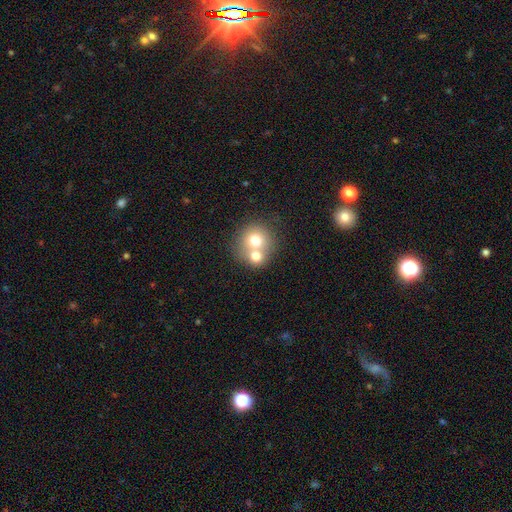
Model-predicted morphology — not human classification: Smooth or featured? Predicted: smooth (p=0.69). How rounded? Predicted: round (p=0.82). Merging? Predicted: merger (p=0.60).